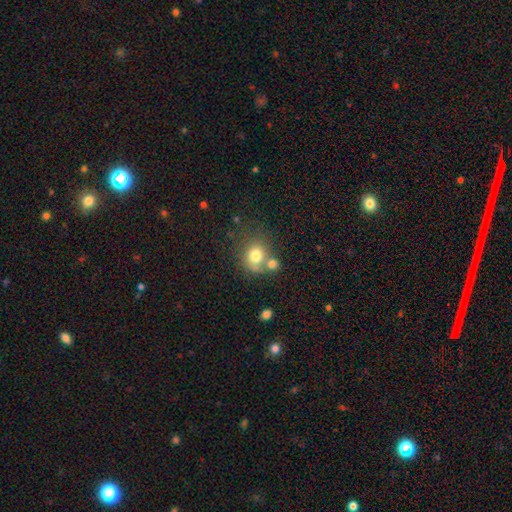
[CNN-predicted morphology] smooth 75%, featured or disk 14%, star or artifact 11%. Down the decision tree: how rounded — round (74%); merging — none (43%).